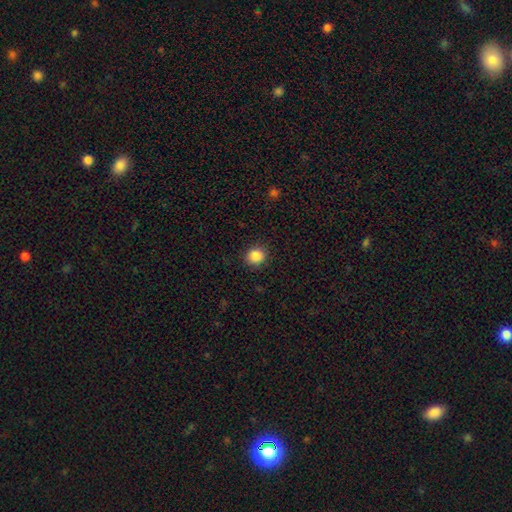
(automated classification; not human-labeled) Overall: smooth (87%). How rounded: round (86%). Merging: none (90%).